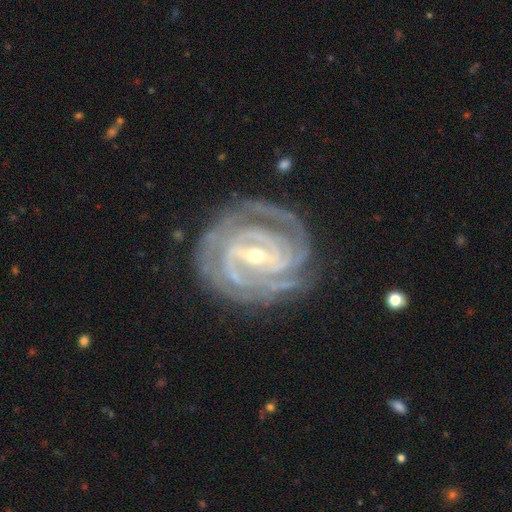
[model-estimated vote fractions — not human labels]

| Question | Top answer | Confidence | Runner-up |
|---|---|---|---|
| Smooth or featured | featured or disk | 92% | star or artifact (5%) |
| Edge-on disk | no | 97% | yes (3%) |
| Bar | strong | 55% | weak (34%) |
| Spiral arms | yes | 98% | no (2%) |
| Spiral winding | tight | 76% | medium (21%) |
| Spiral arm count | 3 | 30% | 4 (22%) |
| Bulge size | small | 59% | moderate (38%) |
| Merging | none | 78% | minor disturbance (15%) |